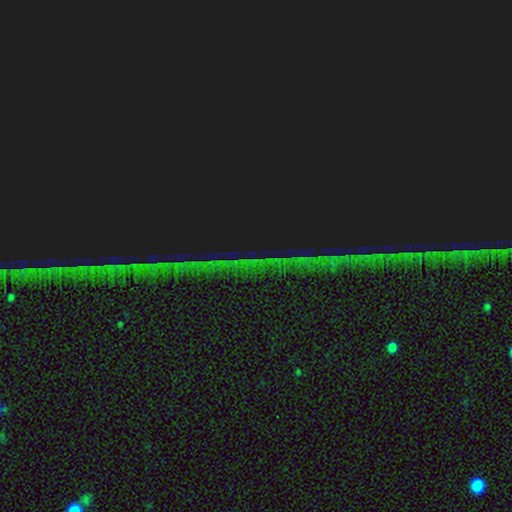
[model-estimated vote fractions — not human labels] Q: Smooth or featured?
A: star or artifact (86%); runner-up: smooth (7%)